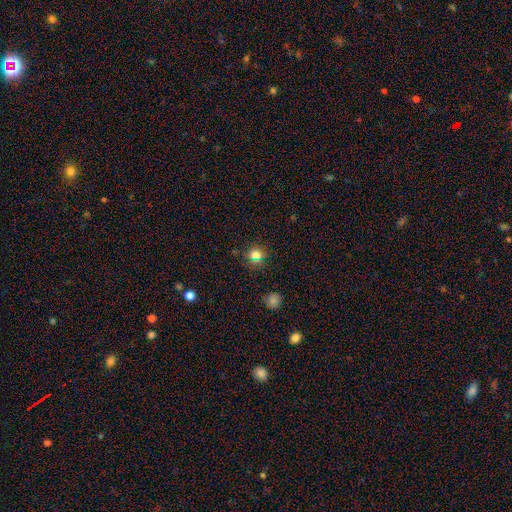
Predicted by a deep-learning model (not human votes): A smooth galaxy with no disk features (70%) that is round (90%).

Vote fractions:
- Smooth or featured? smooth: 70% / star or artifact: 23% / featured or disk: 6%
- How rounded? round: 90% / in between: 9% / cigar-shaped: 1%
- Merging? none: 86% / minor disturbance: 9% / major disturbance: 3% / merger: 2%